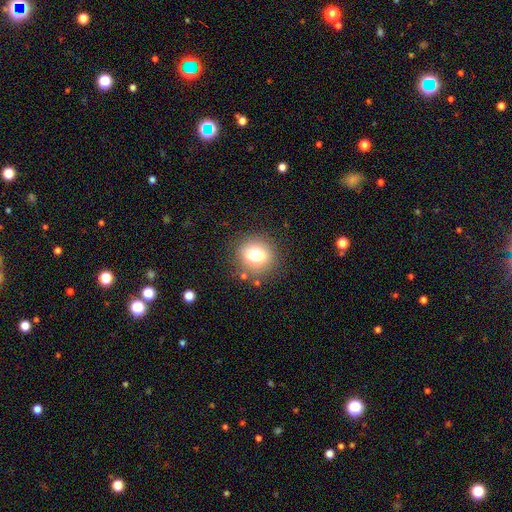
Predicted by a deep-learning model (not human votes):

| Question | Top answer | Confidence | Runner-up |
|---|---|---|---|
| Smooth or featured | smooth | 76% | star or artifact (13%) |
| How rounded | round | 75% | in between (24%) |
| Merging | none | 82% | minor disturbance (11%) |